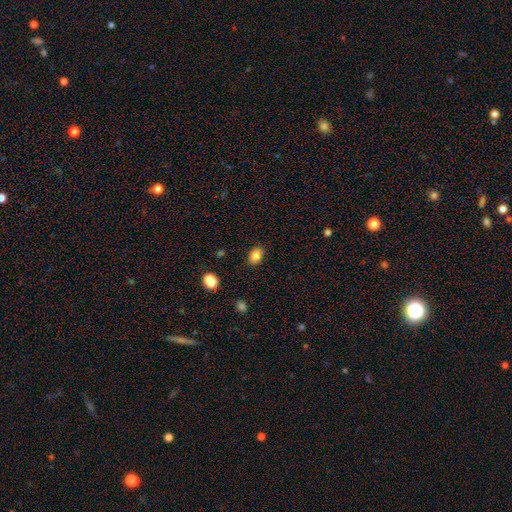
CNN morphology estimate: Q: Smooth or featured?
A: smooth (84%); runner-up: star or artifact (11%)
Q: How rounded?
A: in between (69%); runner-up: round (30%)
Q: Merging?
A: none (87%); runner-up: minor disturbance (10%)